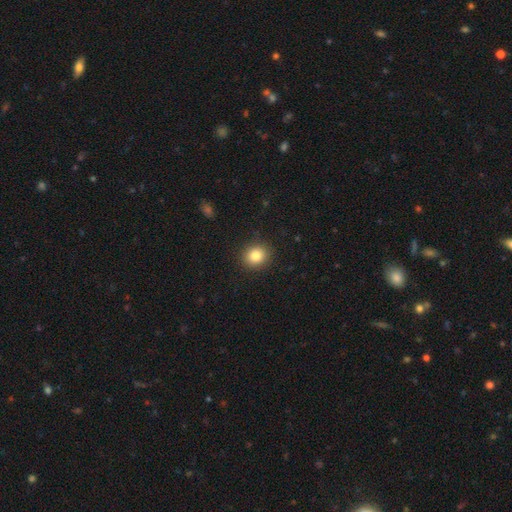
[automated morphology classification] smooth-or-featured: smooth: 84% | star or artifact: 10% | featured or disk: 6%
  how-rounded: round: 78% | in between: 21% | cigar-shaped: 1%
  merging: none: 91% | minor disturbance: 6% | major disturbance: 2% | merger: 1%